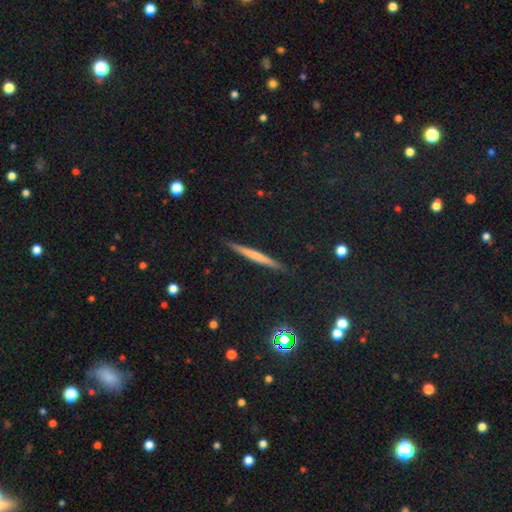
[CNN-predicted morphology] A smooth galaxy with no disk features (51%) that is cigar-shaped (95%).

Vote fractions:
- Smooth or featured? smooth: 51% / featured or disk: 38% / star or artifact: 11%
- How rounded? cigar-shaped: 95% / in between: 3% / round: 2%
- Merging? none: 90% / minor disturbance: 7% / major disturbance: 1% / merger: 1%